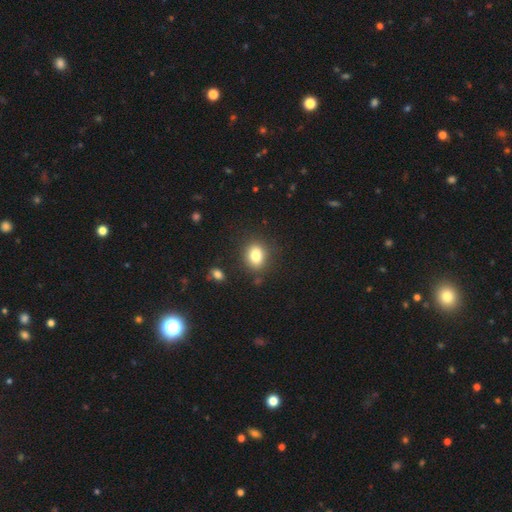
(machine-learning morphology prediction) Overall: smooth (80%). How rounded: round (55%; in between 44%). Merging: none (84%).